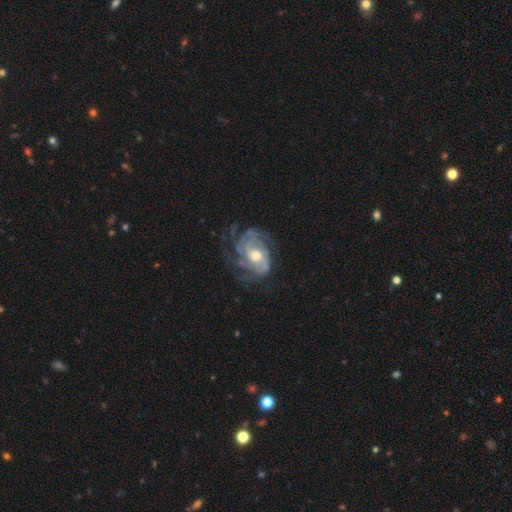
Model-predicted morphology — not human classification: smooth_or_featured: featured or disk (p=0.87) [alt: smooth p=0.07]
disk_edge_on: no (p=0.97) [alt: yes p=0.03]
bar: no (p=0.65) [alt: weak p=0.28]
has_spiral_arms: yes (p=0.95) [alt: no p=0.05]
spiral_winding: tight (p=0.56) [alt: medium p=0.34]
spiral_arm_count: can't tell (p=0.30) [alt: 3 p=0.23]
bulge_size: moderate (p=0.66) [alt: small p=0.27]
merging: none (p=0.61) [alt: minor disturbance p=0.21]